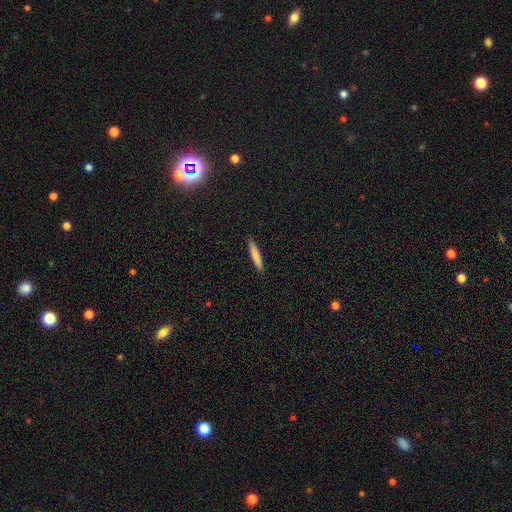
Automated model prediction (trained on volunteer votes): smooth-or-featured: smooth: 79% | featured or disk: 15% | star or artifact: 6%
  how-rounded: cigar-shaped: 93% | in between: 5% | round: 1%
  merging: none: 92% | minor disturbance: 6% | major disturbance: 1% | merger: 1%